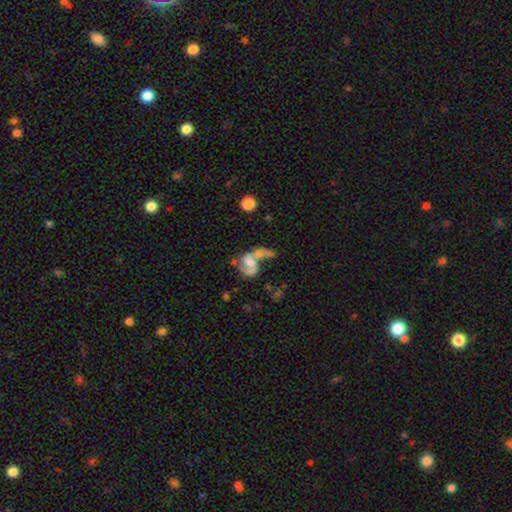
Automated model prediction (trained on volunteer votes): Overall: featured or disk (65%). Edge-on disk: no (97%). Bar: no (55%; weak 33%). Spiral arms: yes (73%). Bulge size: moderate (41%; small 30%). Merging: merger (49%; none 21%).